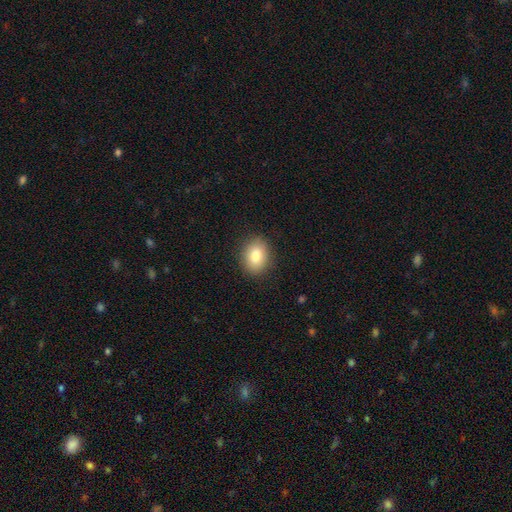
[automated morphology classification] Smooth or featured? smooth (81%)
How rounded? in between (59%)
Merging? none (89%)